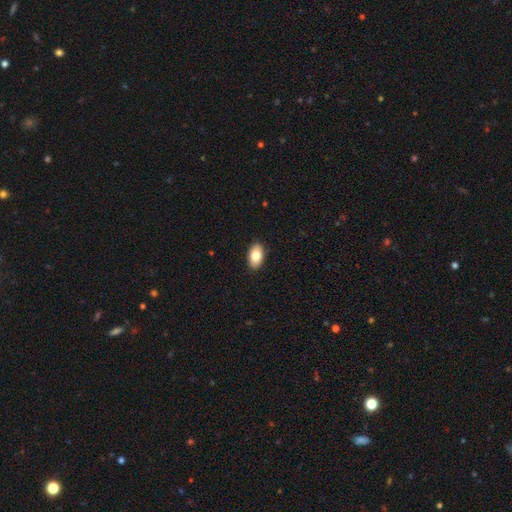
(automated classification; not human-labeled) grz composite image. It shows a smooth galaxy with no disk features (81%) that is in between round and cigar-shaped (93%). Merging: none (90%).